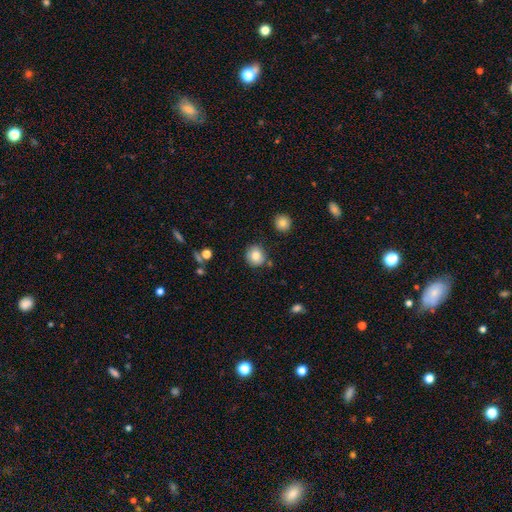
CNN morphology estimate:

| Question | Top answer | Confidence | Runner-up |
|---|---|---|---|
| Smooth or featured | smooth | 82% | star or artifact (9%) |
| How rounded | round | 87% | in between (12%) |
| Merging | none | 82% | minor disturbance (11%) |